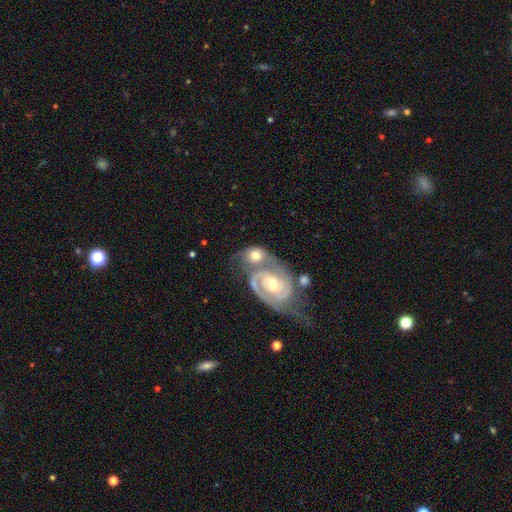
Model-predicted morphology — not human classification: featured or disk 69%, smooth 25%, star or artifact 6%. Down the decision tree: edge-on disk — no (96%); bar — no (61%); spiral arms — yes (91%); spiral arm count — 2 (74%); spiral winding — tight (49%); bulge size — moderate (66%); merging — merger (63%).